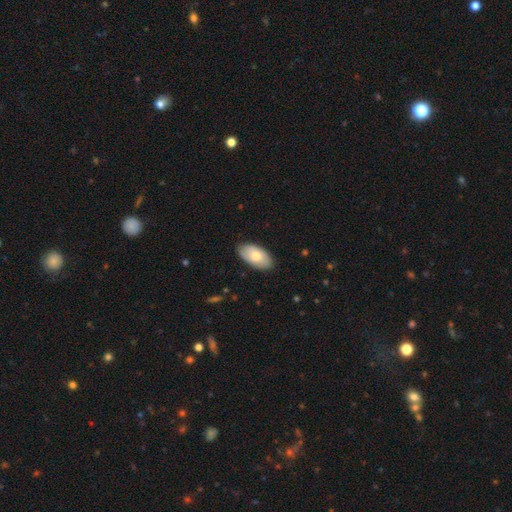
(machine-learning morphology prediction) smooth 74%, featured or disk 21%, star or artifact 5%. Down the decision tree: how rounded — in between (95%); merging — none (84%).